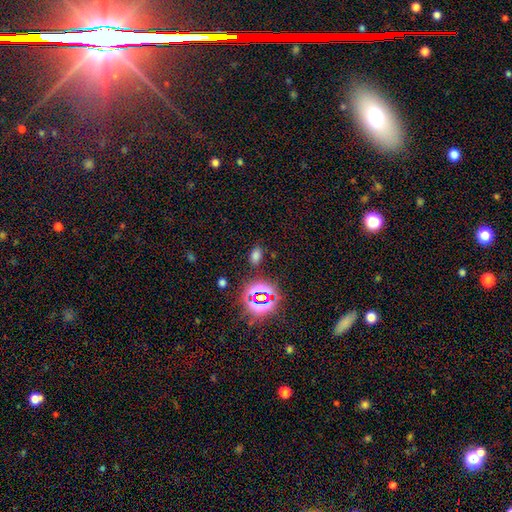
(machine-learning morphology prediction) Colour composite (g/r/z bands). It shows a smooth galaxy with no disk features (64%) that is in between round and cigar-shaped (85%). Merging: none (82%).